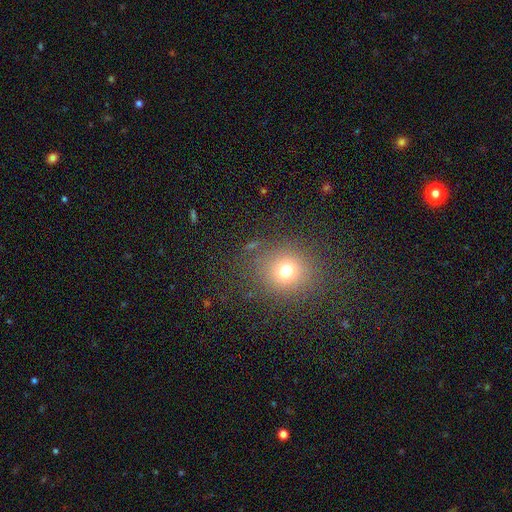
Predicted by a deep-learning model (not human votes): Morphology: type=smooth (67%); roundness=round (81%); merging=none (86%).